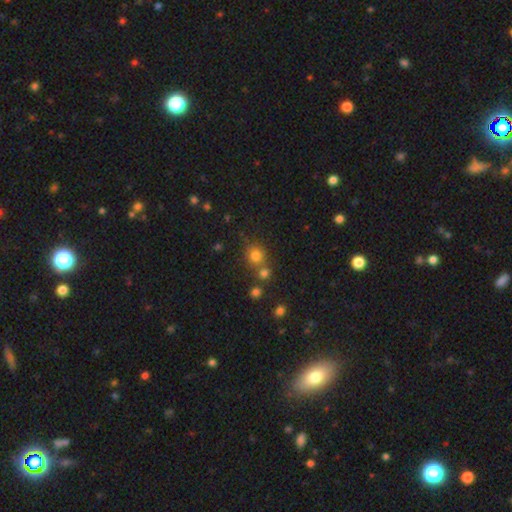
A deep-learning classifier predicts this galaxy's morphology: Smooth or featured? smooth (76%)
How rounded? round (86%)
Merging? none (63%)